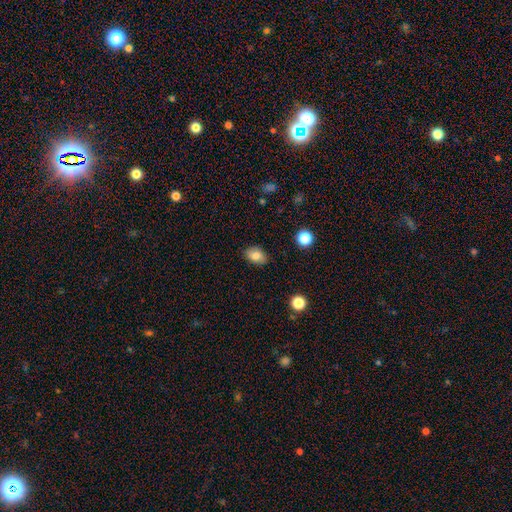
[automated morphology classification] smooth_or_featured: smooth (p=0.81) [alt: featured or disk p=0.10]
how_rounded: in between (p=0.80) [alt: round p=0.19]
merging: none (p=0.84) [alt: minor disturbance p=0.13]